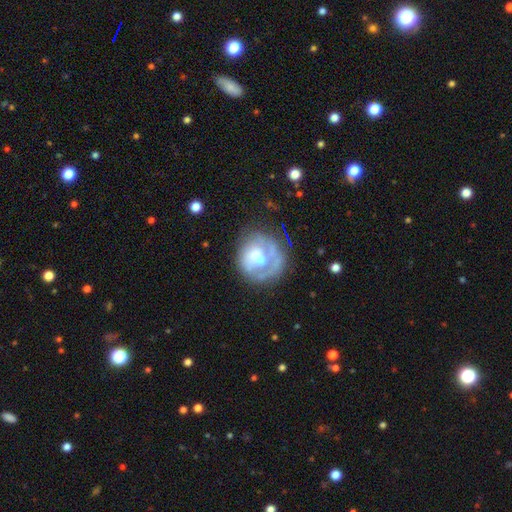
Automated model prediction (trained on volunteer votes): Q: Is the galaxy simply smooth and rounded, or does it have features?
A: featured or disk — 56%.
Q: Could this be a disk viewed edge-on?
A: no — 98%.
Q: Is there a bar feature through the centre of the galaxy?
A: no — 73%.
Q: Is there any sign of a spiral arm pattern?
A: no — 65%.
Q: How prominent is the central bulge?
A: moderate — 35%.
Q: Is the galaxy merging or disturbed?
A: none — 54%.